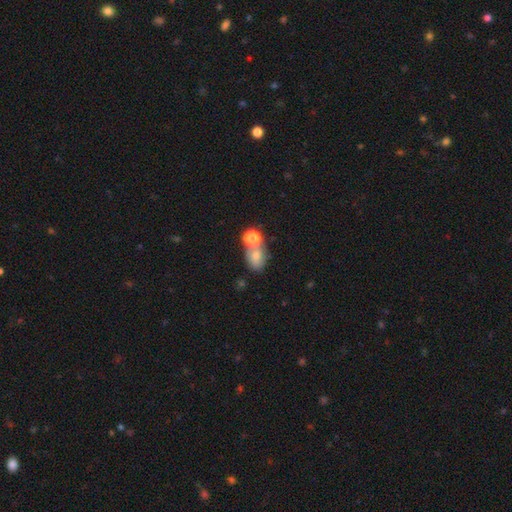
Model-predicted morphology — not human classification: This appears to be a smooth galaxy with no disk features (73%) that is in between round and cigar-shaped (67%). Merging: merger (43%).